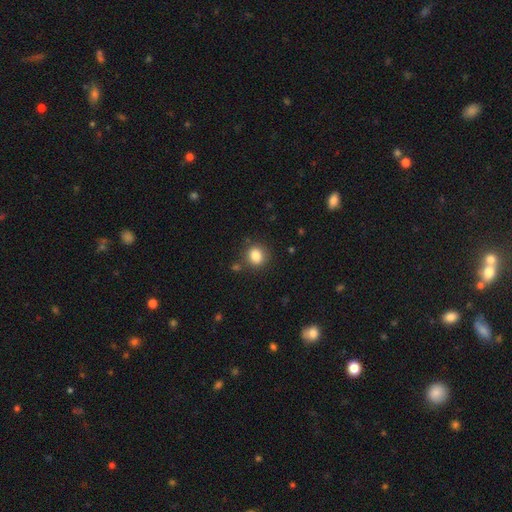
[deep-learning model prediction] A smooth galaxy with no disk features (85%) that is round (77%).

Vote fractions:
- Smooth or featured? smooth: 85% / star or artifact: 10% / featured or disk: 5%
- How rounded? round: 77% / in between: 22% / cigar-shaped: 1%
- Merging? none: 83% / minor disturbance: 10% / merger: 4% / major disturbance: 3%